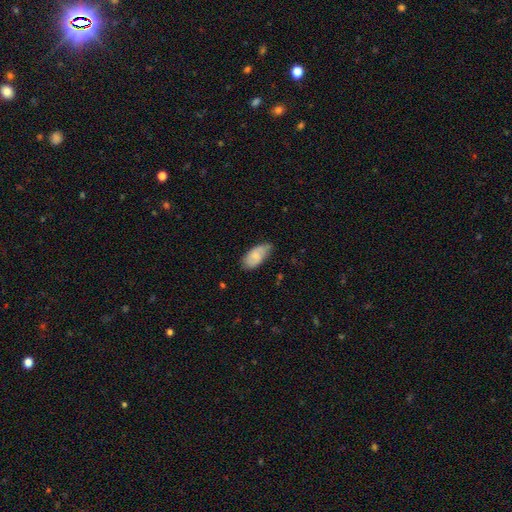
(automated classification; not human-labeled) This appears to be a smooth galaxy with no disk features (63%) that is in between round and cigar-shaped (93%). Merging: none (65%).